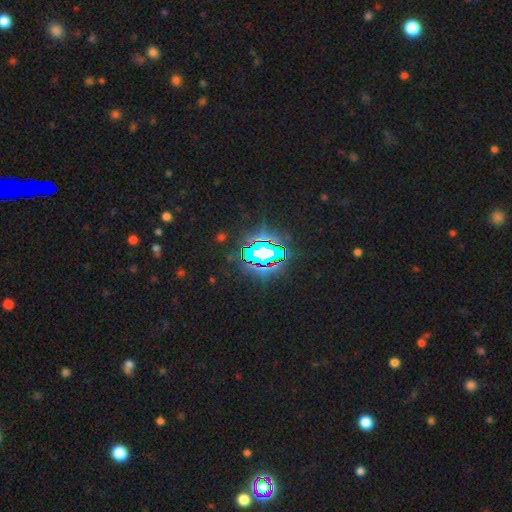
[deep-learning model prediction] Smooth or featured: star or artifact — 70% (smooth — 16%)